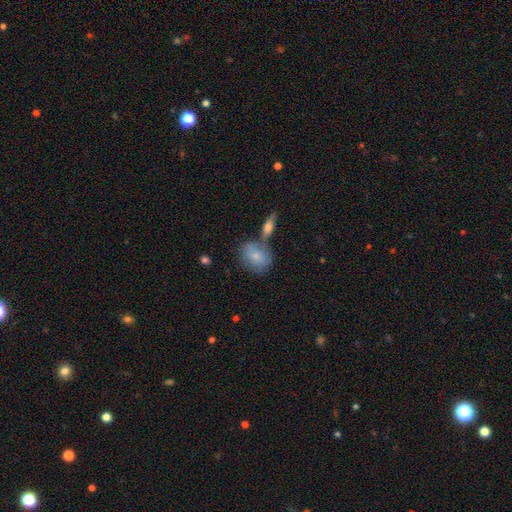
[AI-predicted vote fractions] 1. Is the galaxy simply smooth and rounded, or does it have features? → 75% smooth, 19% featured or disk, 7% star or artifact.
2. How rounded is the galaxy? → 63% in between, 35% round, 3% cigar-shaped.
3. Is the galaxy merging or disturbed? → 50% none, 28% merger, 16% minor disturbance, 5% major disturbance.